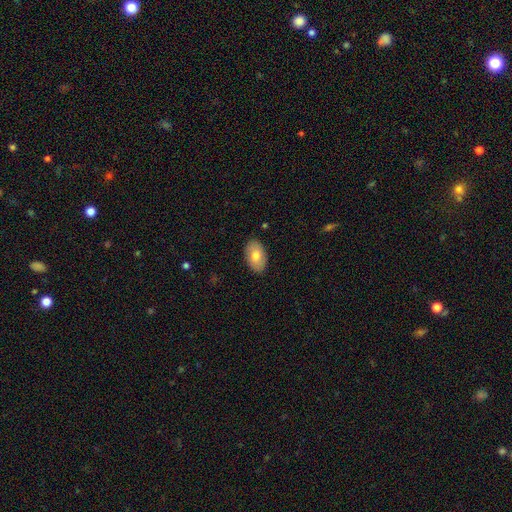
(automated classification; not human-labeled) Smooth or featured? smooth (76%)
How rounded? in between (92%)
Merging? none (87%)